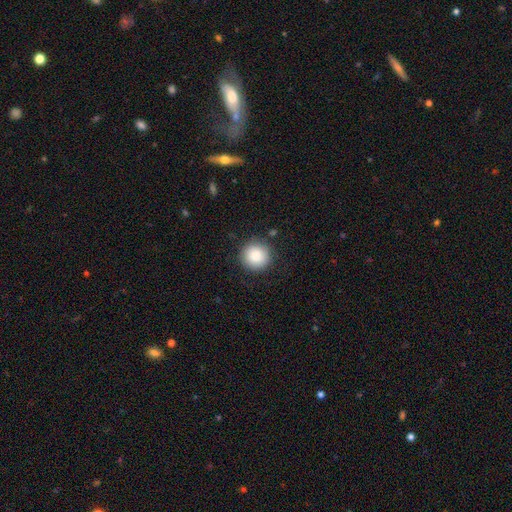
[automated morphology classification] Smooth or featured?
  - smooth: 86% *
  - star or artifact: 8%
  - featured or disk: 6%
How rounded?
  - round: 95% *
  - in between: 4%
  - cigar-shaped: 1%
Merging?
  - none: 88% *
  - minor disturbance: 8%
  - major disturbance: 2%
  - merger: 1%